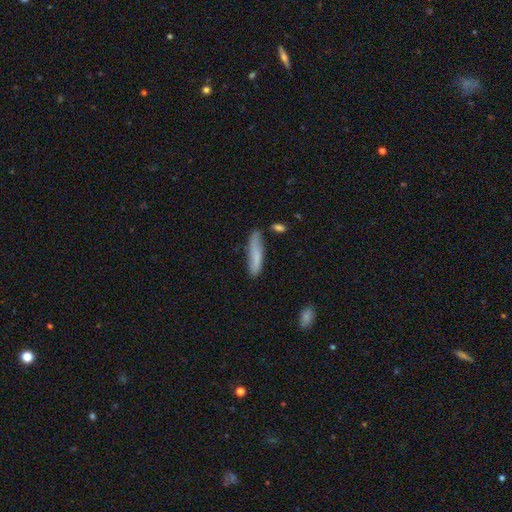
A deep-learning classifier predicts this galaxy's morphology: smooth_or_featured: smooth (p=0.72) [alt: featured or disk p=0.21]
how_rounded: cigar-shaped (p=0.80) [alt: in between p=0.18]
merging: none (p=0.65) [alt: minor disturbance p=0.24]